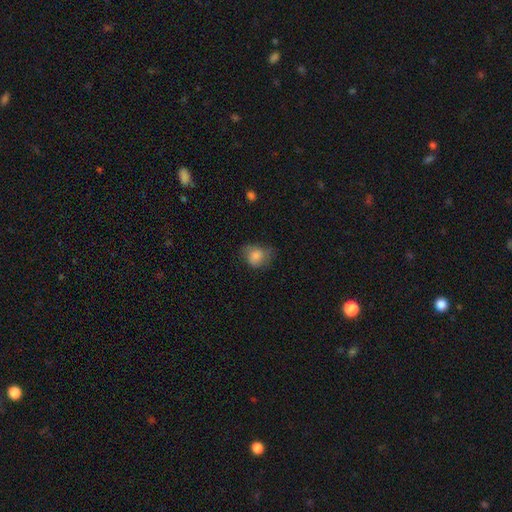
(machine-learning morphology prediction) The model was most divided on "how rounded": round: 54%, in between: 45%, cigar-shaped: 1%. More confident: smooth or featured — smooth (78%); merging — none (52%).